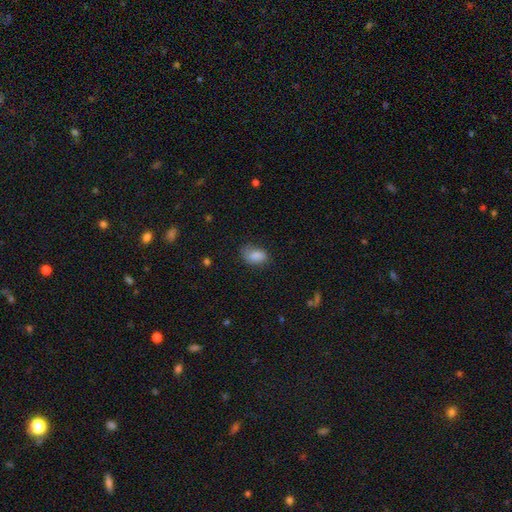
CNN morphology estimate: Smooth or featured? Predicted: smooth (p=0.84). How rounded? Predicted: in between (p=0.85). Merging? Predicted: none (p=0.59).